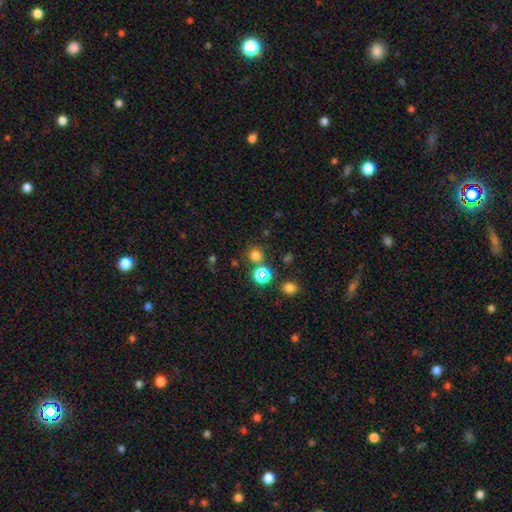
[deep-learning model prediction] smooth-or-featured: smooth: 73% | star or artifact: 22% | featured or disk: 5%
  how-rounded: round: 91% | in between: 8% | cigar-shaped: 1%
  merging: none: 79% | merger: 10% | minor disturbance: 8% | major disturbance: 3%